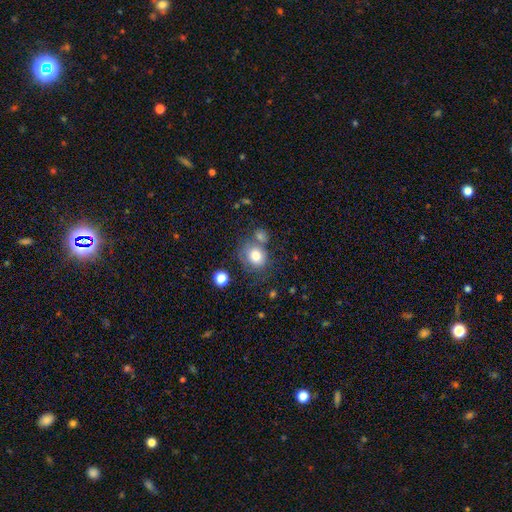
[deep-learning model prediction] Q: Smooth or featured?
A: smooth (78%); runner-up: featured or disk (12%)
Q: How rounded?
A: round (71%); runner-up: in between (28%)
Q: Merging?
A: none (52%); runner-up: merger (21%)